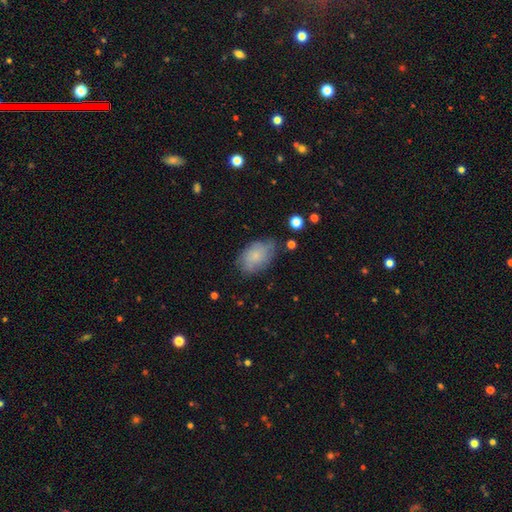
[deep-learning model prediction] The model was most divided on "smooth or featured": smooth: 64%, featured or disk: 28%, star or artifact: 8%. More confident: how rounded — in between (88%); merging — none (65%).